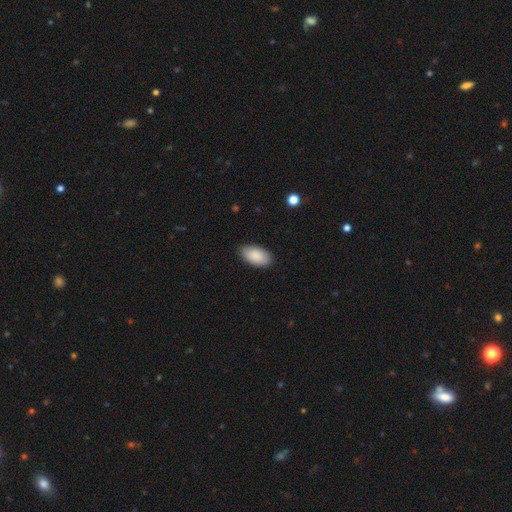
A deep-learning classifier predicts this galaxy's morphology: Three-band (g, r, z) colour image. It shows a smooth galaxy with no disk features (89%) that is in between round and cigar-shaped (95%). Merging: none (86%).